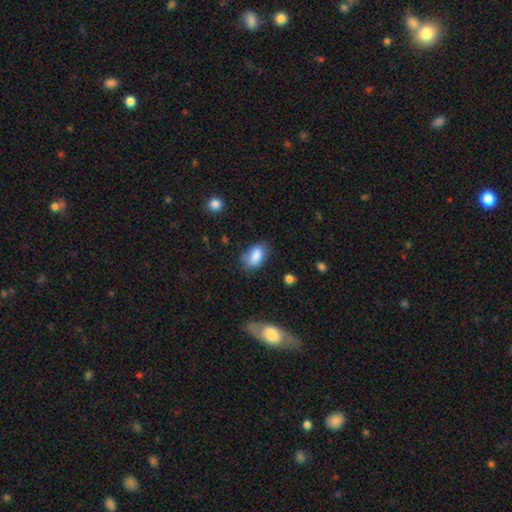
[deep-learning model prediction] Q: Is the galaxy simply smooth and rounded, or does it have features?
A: smooth — 85%.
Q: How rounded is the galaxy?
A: in between — 88%.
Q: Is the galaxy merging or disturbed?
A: none — 67%.